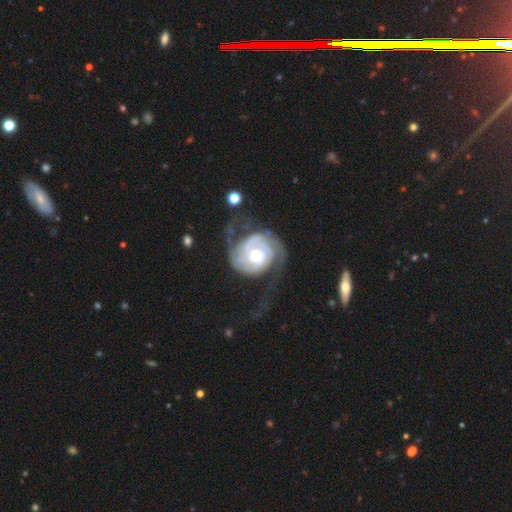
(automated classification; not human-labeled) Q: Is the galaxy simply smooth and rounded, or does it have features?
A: featured or disk — 89%.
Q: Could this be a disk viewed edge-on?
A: no — 98%.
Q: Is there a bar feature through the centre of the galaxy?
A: no — 67%.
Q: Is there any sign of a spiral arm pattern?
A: yes — 96%.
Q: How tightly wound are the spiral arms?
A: tight — 49%.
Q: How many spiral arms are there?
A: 2 — 64%.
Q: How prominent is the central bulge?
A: moderate — 74%.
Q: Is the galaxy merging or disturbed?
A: none — 55%.